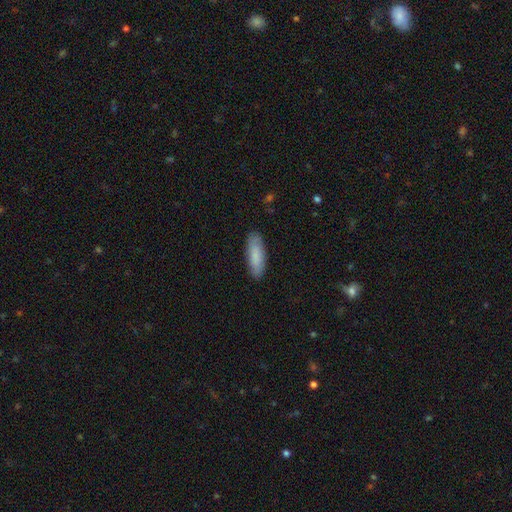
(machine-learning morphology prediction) Smooth or featured? smooth (84%)
How rounded? in between (54%)
Merging? none (87%)